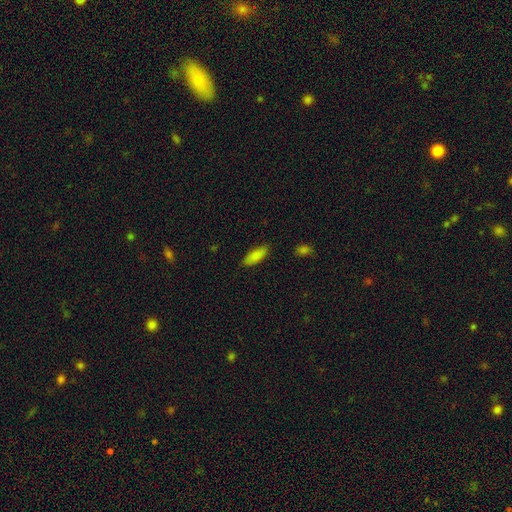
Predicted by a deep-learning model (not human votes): This appears to be a smooth galaxy with no disk features (85%) that is in between round and cigar-shaped (75%). Merging: none (85%).